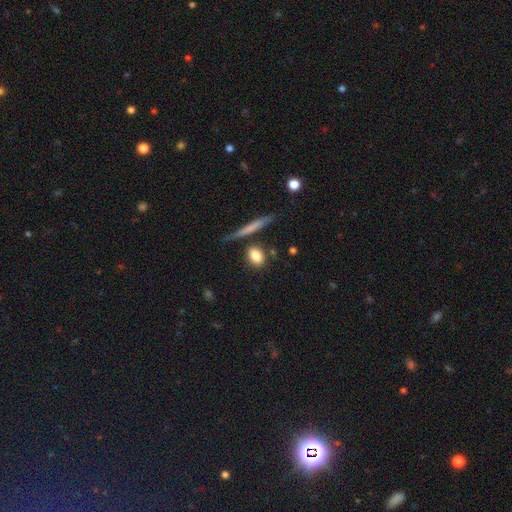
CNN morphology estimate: smooth 82%, featured or disk 11%, star or artifact 8%. Down the decision tree: how rounded — in between (57%); merging — none (74%).